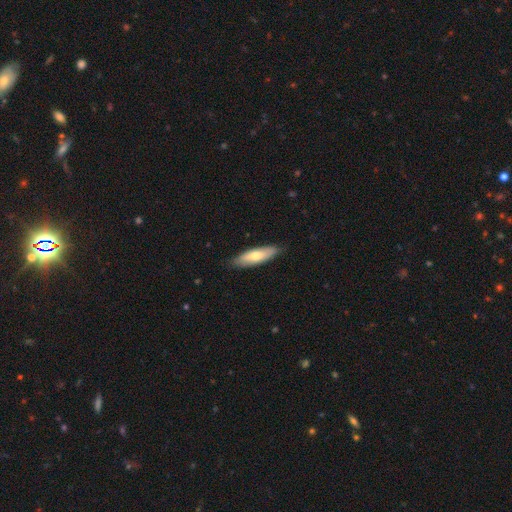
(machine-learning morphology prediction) Smooth or featured: smooth — 68% (featured or disk — 27%)
How rounded: cigar-shaped — 54% (in between — 44%)
Merging: none — 86% (minor disturbance — 11%)